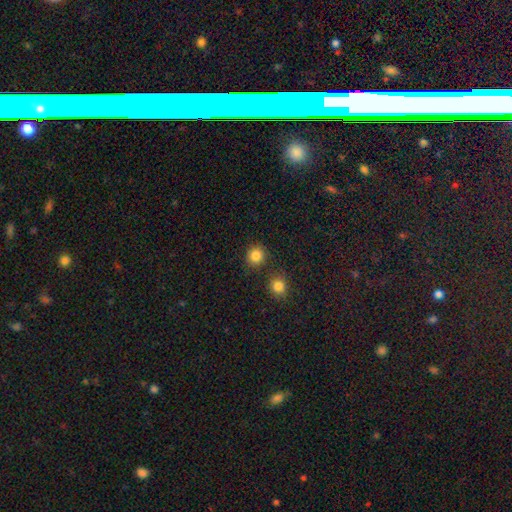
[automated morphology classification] This appears to be a smooth galaxy with no disk features (85%) that is round (89%). Merging: none (83%).